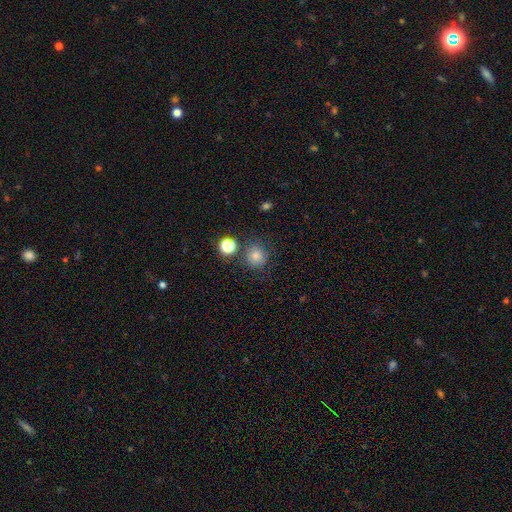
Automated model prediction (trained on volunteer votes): smooth 76%, star or artifact 17%, featured or disk 8%. Down the decision tree: how rounded — round (92%); merging — none (79%).